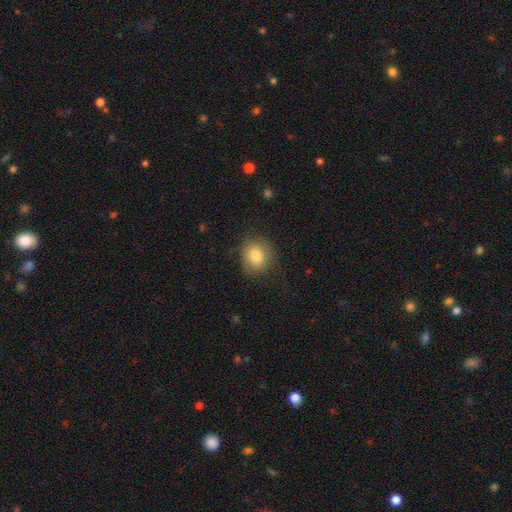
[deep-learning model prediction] smooth_or_featured: smooth (p=0.82) [alt: featured or disk p=0.09]
how_rounded: round (p=0.76) [alt: in between p=0.23]
merging: none (p=0.78) [alt: minor disturbance p=0.15]